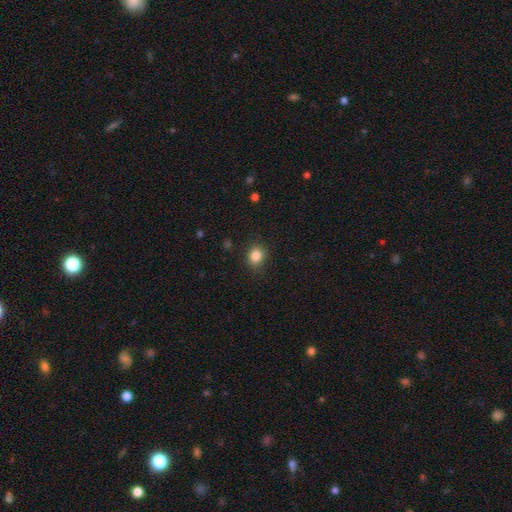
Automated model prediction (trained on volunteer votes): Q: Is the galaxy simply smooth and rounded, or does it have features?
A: smooth — 84%.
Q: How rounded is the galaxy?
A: round — 71%.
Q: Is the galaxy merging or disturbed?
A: none — 87%.